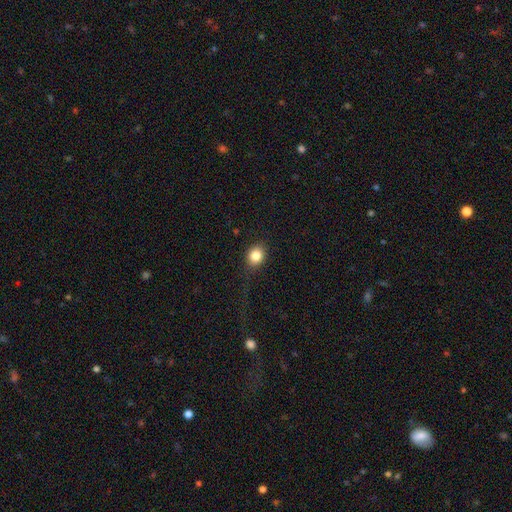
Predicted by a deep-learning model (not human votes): Smooth or featured? smooth (83%)
How rounded? round (60%)
Merging? none (81%)